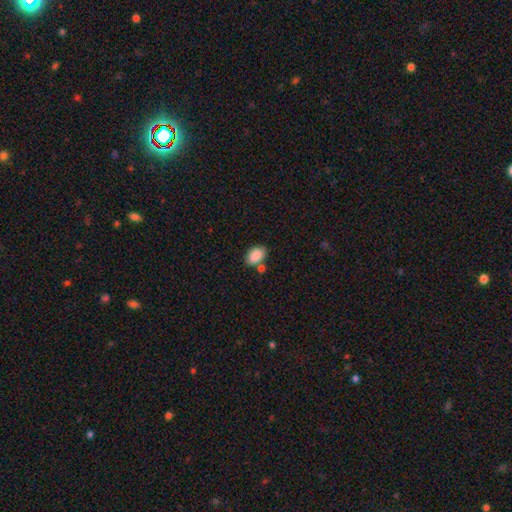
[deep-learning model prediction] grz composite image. It shows a smooth galaxy with no disk features (88%) that is in between round and cigar-shaped (89%). Merging: none (67%).